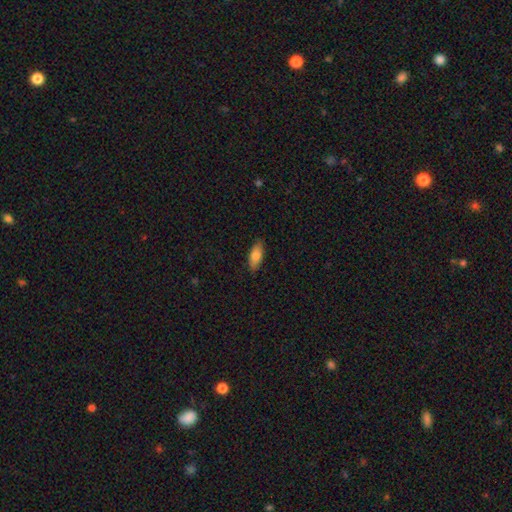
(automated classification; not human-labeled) smooth_or_featured: smooth (p=0.81) [alt: featured or disk p=0.12]
how_rounded: in between (p=0.80) [alt: cigar-shaped p=0.18]
merging: none (p=0.85) [alt: minor disturbance p=0.12]